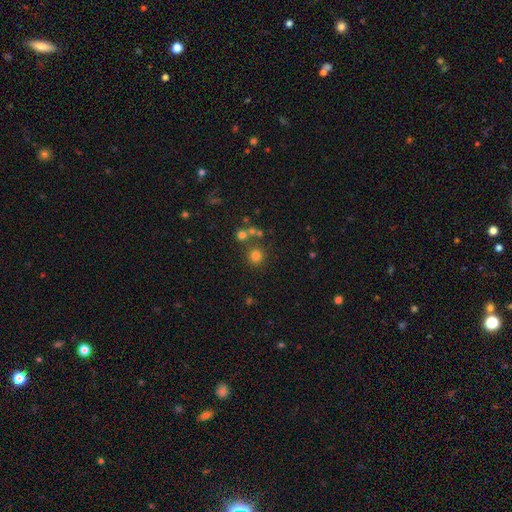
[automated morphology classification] Smooth or featured: smooth — 75% (star or artifact — 17%)
How rounded: round — 93% (in between — 6%)
Merging: none — 76% (merger — 13%)